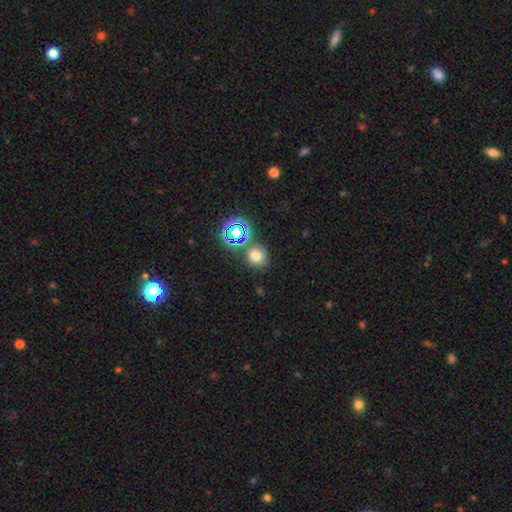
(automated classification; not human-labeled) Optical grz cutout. It shows a smooth galaxy with no disk features (69%) that is round (84%). Merging: none (74%).